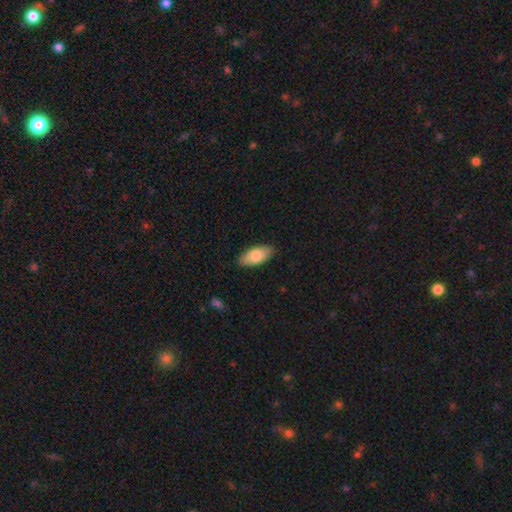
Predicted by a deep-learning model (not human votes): smooth 80%, featured or disk 14%, star or artifact 6%. Down the decision tree: how rounded — in between (89%); merging — none (88%).